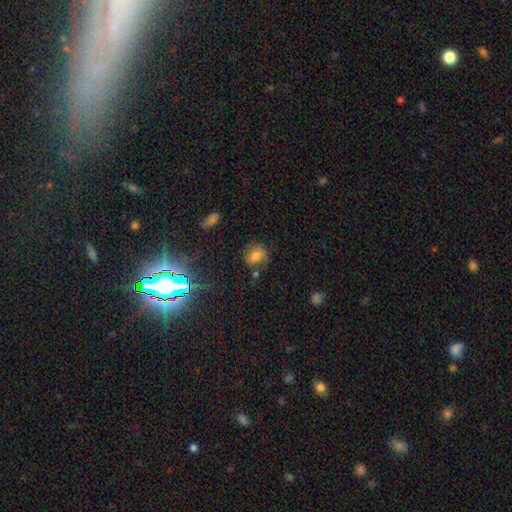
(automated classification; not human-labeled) Smooth or featured: smooth — 65% (featured or disk — 18%)
How rounded: in between — 55% (round — 44%)
Merging: none — 64% (minor disturbance — 20%)